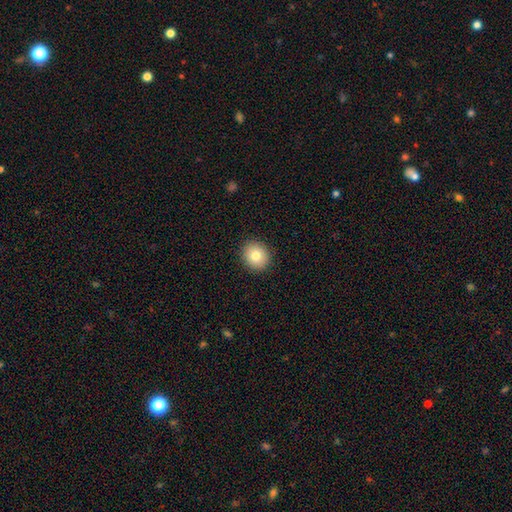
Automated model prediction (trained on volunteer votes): Smooth or featured?
  - smooth: 81% *
  - star or artifact: 10%
  - featured or disk: 10%
How rounded?
  - round: 81% *
  - in between: 18%
  - cigar-shaped: 1%
Merging?
  - none: 92% *
  - minor disturbance: 6%
  - major disturbance: 2%
  - merger: 1%